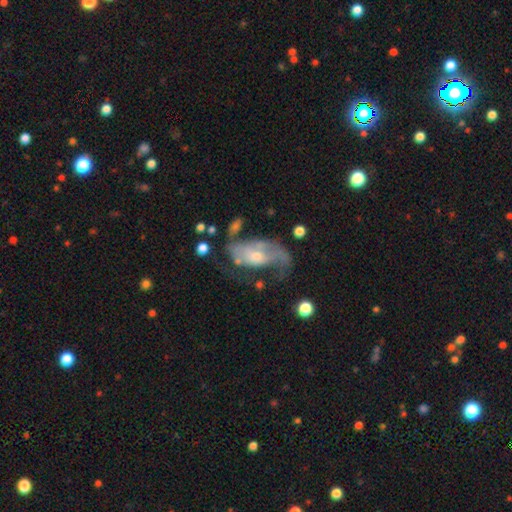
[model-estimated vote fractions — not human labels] Q: Smooth or featured?
A: featured or disk (64%); runner-up: smooth (28%)
Q: Edge-on disk?
A: no (92%); runner-up: yes (8%)
Q: Bar?
A: no (67%); runner-up: weak (26%)
Q: Spiral arms?
A: yes (69%); runner-up: no (31%)
Q: Bulge size?
A: small (53%); runner-up: moderate (38%)
Q: Merging?
A: major disturbance (41%); runner-up: none (29%)